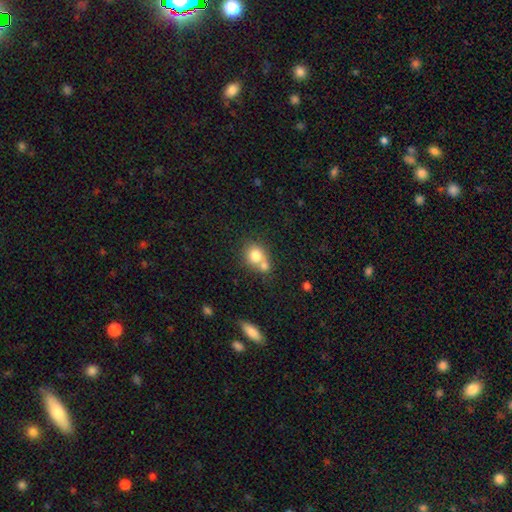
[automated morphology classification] Smooth or featured: smooth — 77% (featured or disk — 13%)
How rounded: round — 74% (in between — 25%)
Merging: merger — 54% (none — 34%)